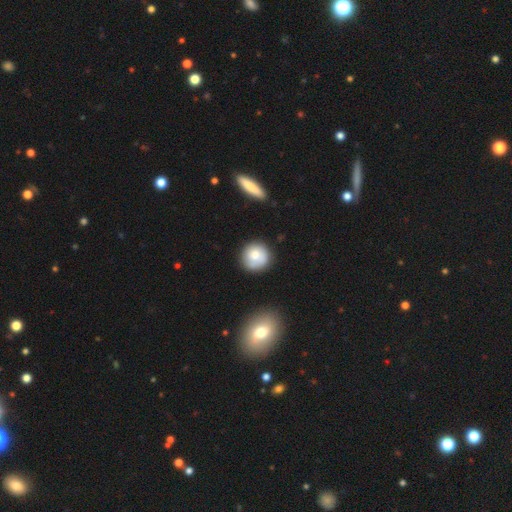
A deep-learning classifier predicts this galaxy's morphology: This is likely a smooth galaxy (72%). How rounded: clearly round (91%). Merging: likely none (75%).